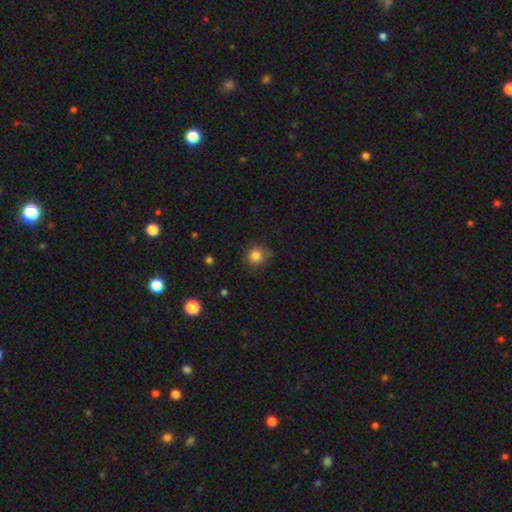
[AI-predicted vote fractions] This is clearly a smooth galaxy (83%). How rounded: clearly round (92%). Merging: clearly none (82%).